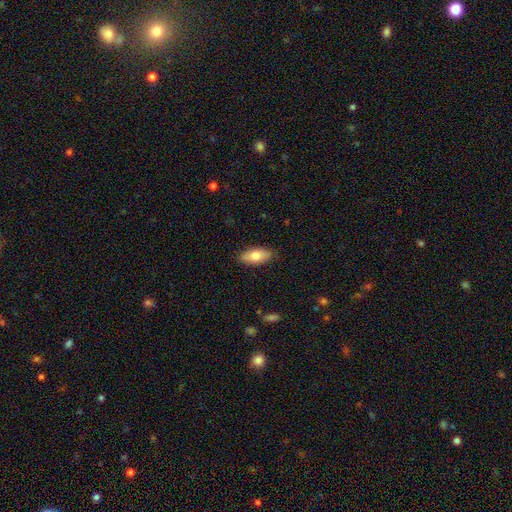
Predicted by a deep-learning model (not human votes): The model was most divided on "smooth or featured": smooth: 75%, featured or disk: 18%, star or artifact: 6%. More confident: merging — none (86%); how rounded — in between (86%).